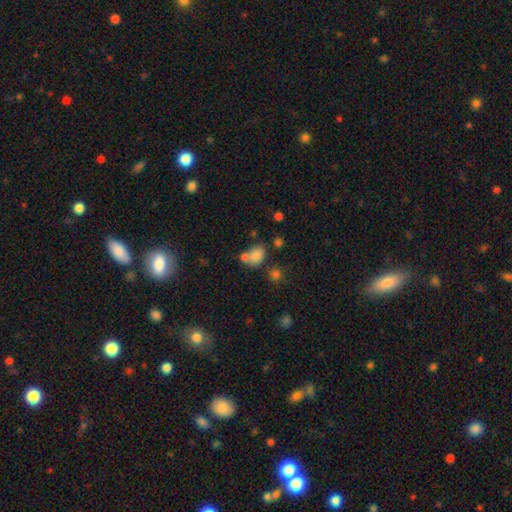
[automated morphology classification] Q: Smooth or featured?
A: smooth (79%); runner-up: star or artifact (12%)
Q: How rounded?
A: in between (65%); runner-up: round (33%)
Q: Merging?
A: none (45%); runner-up: merger (34%)